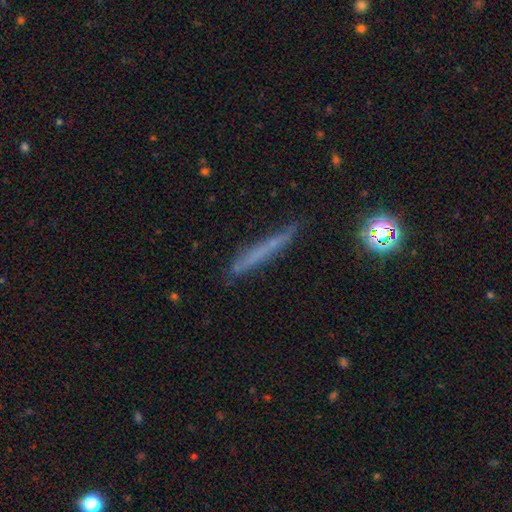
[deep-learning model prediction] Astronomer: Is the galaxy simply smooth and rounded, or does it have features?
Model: smooth — 54% (runner-up: featured or disk, 35%).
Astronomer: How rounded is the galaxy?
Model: cigar-shaped — 95%.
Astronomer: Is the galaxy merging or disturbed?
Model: none — 83%.